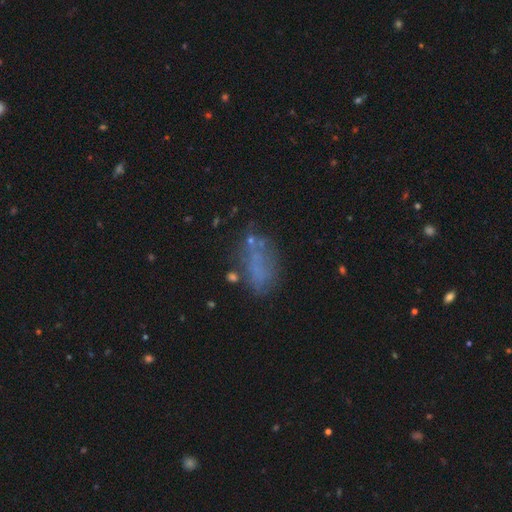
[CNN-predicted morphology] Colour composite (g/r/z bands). It shows a smooth galaxy with no disk features (51%) that is in between round and cigar-shaped (84%). Merging: none (51%).